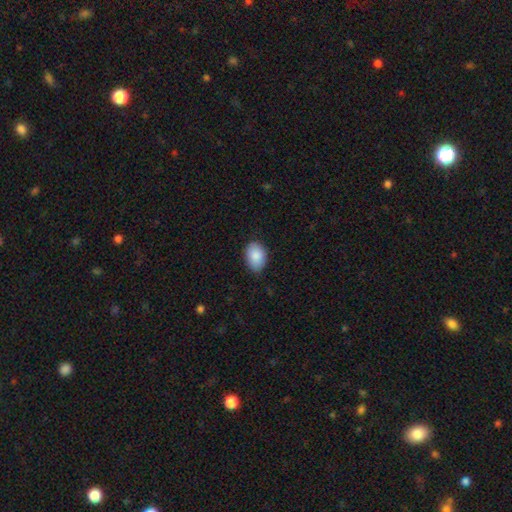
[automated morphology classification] Q: Smooth or featured?
A: smooth (88%); runner-up: star or artifact (7%)
Q: How rounded?
A: in between (84%); runner-up: round (15%)
Q: Merging?
A: none (80%); runner-up: minor disturbance (17%)